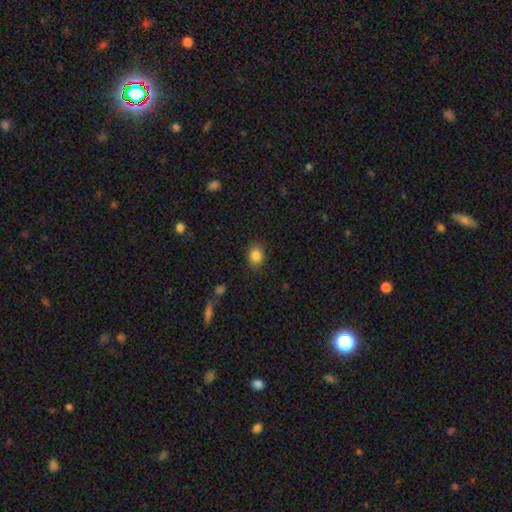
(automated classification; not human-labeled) Morphology: type=smooth (85%); roundness=in between (54%); merging=none (85%).